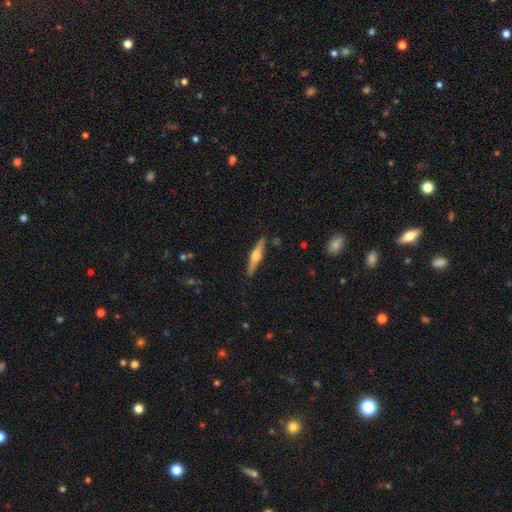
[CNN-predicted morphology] This appears to be a featured or disk galaxy (62%) viewed edge-on (96%) with a rounded central bulge (92%). Merging: none (87%).